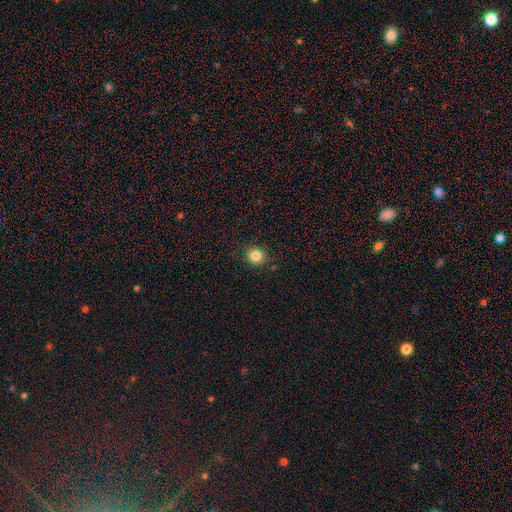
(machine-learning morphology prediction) Smooth or featured?
  - smooth: 83% *
  - star or artifact: 11%
  - featured or disk: 6%
How rounded?
  - round: 86% *
  - in between: 13%
  - cigar-shaped: 1%
Merging?
  - none: 89% *
  - minor disturbance: 8%
  - major disturbance: 2%
  - merger: 1%